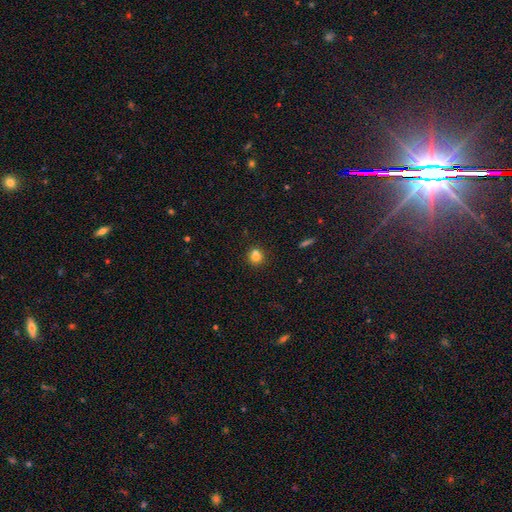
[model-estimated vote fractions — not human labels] smooth-or-featured: smooth: 73% | star or artifact: 15% | featured or disk: 12%
  how-rounded: round: 84% | in between: 15% | cigar-shaped: 1%
  merging: none: 53% | merger: 35% | minor disturbance: 9% | major disturbance: 3%